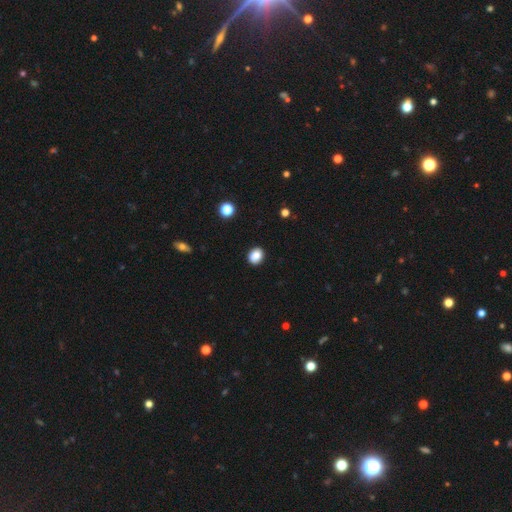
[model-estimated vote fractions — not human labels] Overall: smooth (86%). How rounded: round (50%; in between 49%). Merging: none (90%).